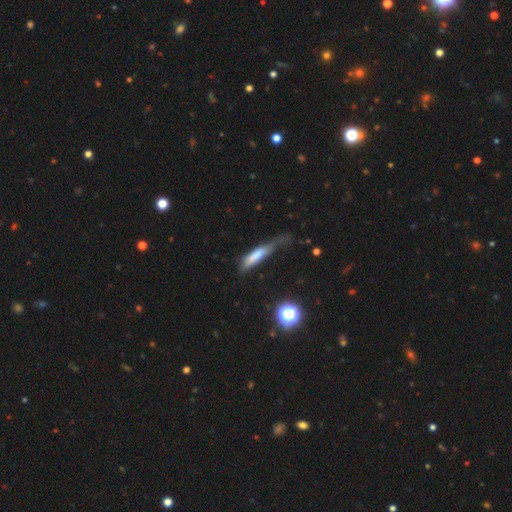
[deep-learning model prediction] Q: Smooth or featured?
A: smooth (69%); runner-up: featured or disk (22%)
Q: How rounded?
A: cigar-shaped (77%); runner-up: in between (20%)
Q: Merging?
A: minor disturbance (34%); runner-up: major disturbance (33%)